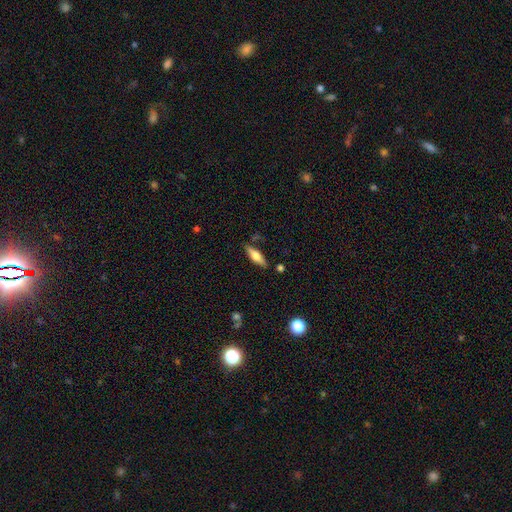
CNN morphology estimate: Smooth or featured: smooth — 54% (featured or disk — 39%)
How rounded: cigar-shaped — 54% (in between — 44%)
Merging: none — 81% (minor disturbance — 12%)